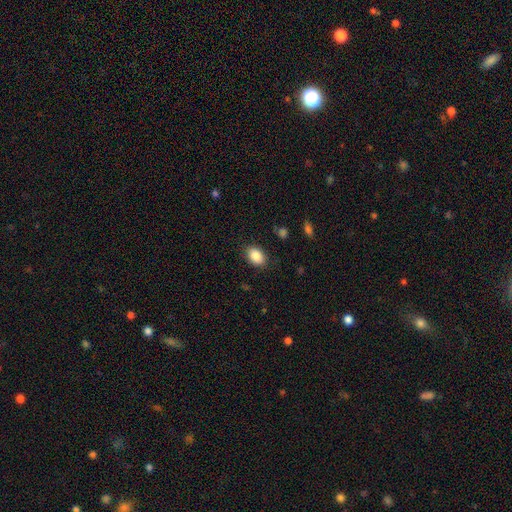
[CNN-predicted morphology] smooth 87%, star or artifact 8%, featured or disk 5%. Down the decision tree: how rounded — in between (85%); merging — none (87%).